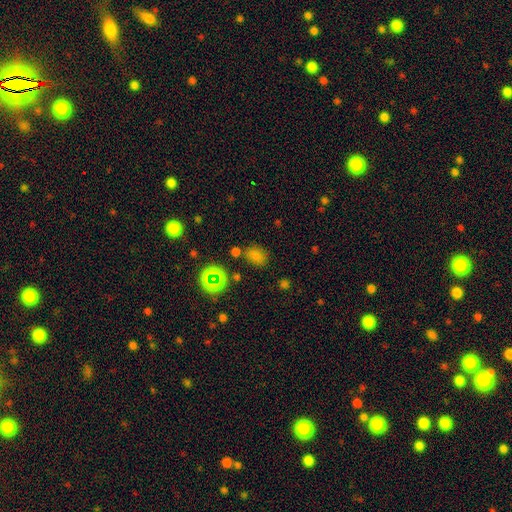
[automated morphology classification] Smooth or featured? smooth (68%)
How rounded? in between (64%)
Merging? none (73%)